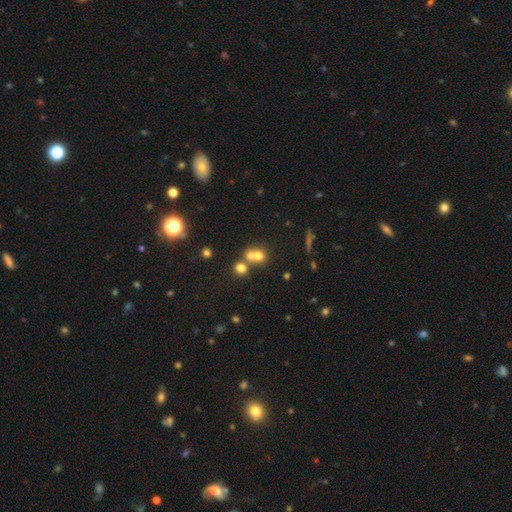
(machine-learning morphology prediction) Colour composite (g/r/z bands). It shows a smooth galaxy with no disk features (65%) that is round (78%). Merging: merger (57%).